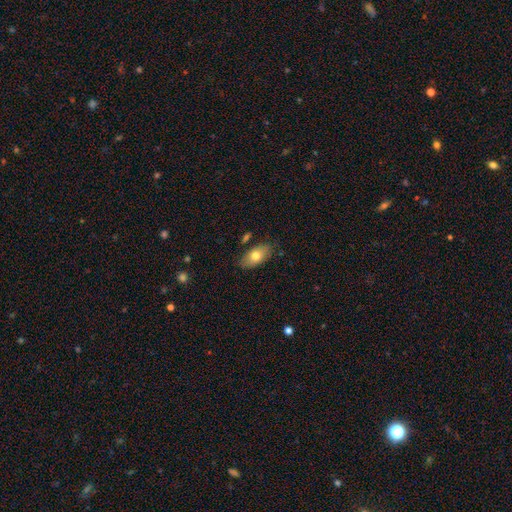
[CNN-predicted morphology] A smooth galaxy with no disk features (72%) that is in between round and cigar-shaped (91%).

Vote fractions:
- Smooth or featured? smooth: 72% / featured or disk: 21% / star or artifact: 7%
- How rounded? in between: 91% / round: 5% / cigar-shaped: 4%
- Merging? none: 81% / minor disturbance: 14% / merger: 3% / major disturbance: 3%